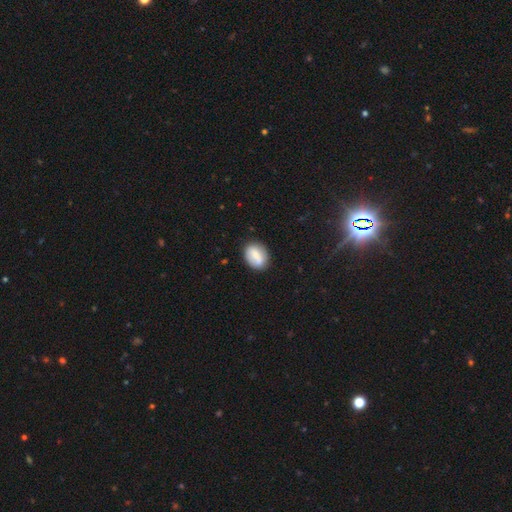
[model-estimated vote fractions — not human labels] Q: Smooth or featured?
A: smooth (73%); runner-up: featured or disk (20%)
Q: How rounded?
A: in between (71%); runner-up: round (27%)
Q: Merging?
A: none (79%); runner-up: minor disturbance (15%)